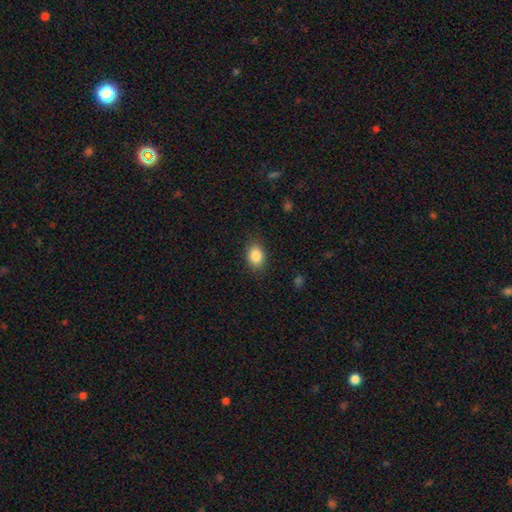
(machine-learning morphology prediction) Smooth or featured? smooth (87%)
How rounded? in between (75%)
Merging? none (85%)